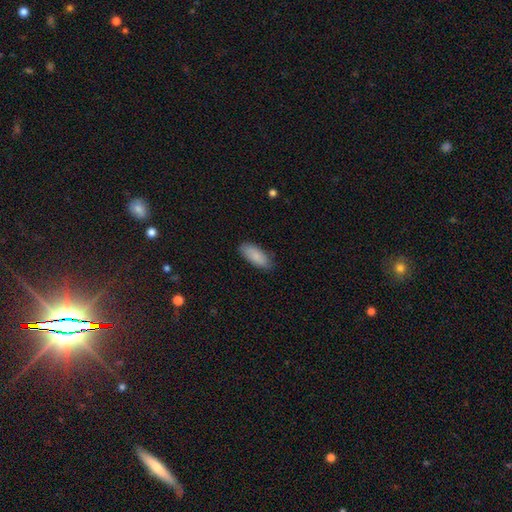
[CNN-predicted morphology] Q: Smooth or featured?
A: smooth (88%); runner-up: featured or disk (7%)
Q: How rounded?
A: in between (81%); runner-up: cigar-shaped (17%)
Q: Merging?
A: none (83%); runner-up: minor disturbance (14%)